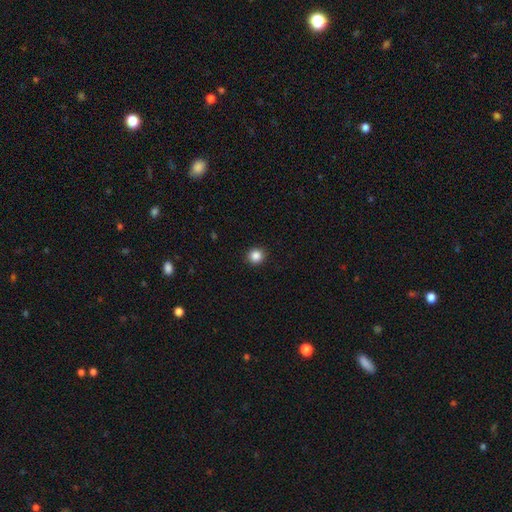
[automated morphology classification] This appears to be a smooth galaxy with no disk features (87%) that is round (92%). Merging: none (92%).